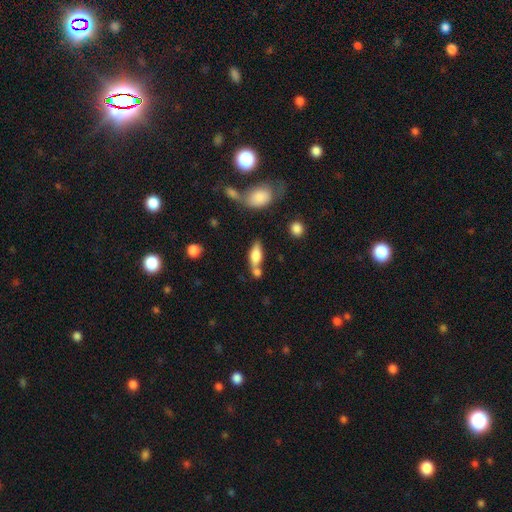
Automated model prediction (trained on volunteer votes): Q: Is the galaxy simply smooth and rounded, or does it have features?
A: smooth — 70%.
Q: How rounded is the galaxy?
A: in between — 70%.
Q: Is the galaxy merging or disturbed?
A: none — 46%.